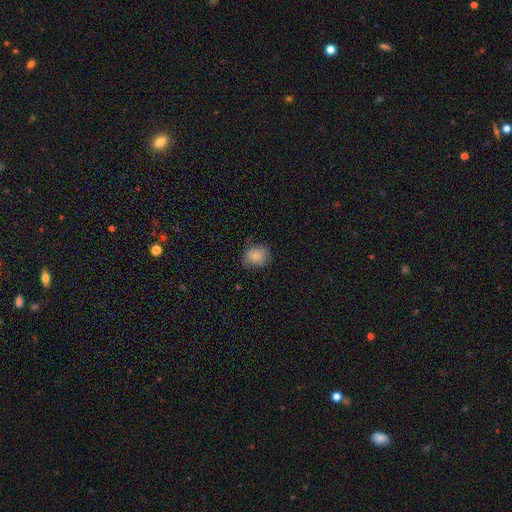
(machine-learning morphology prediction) Smooth or featured: smooth — 83% (star or artifact — 9%)
How rounded: round — 56% (in between — 43%)
Merging: none — 70% (minor disturbance — 23%)